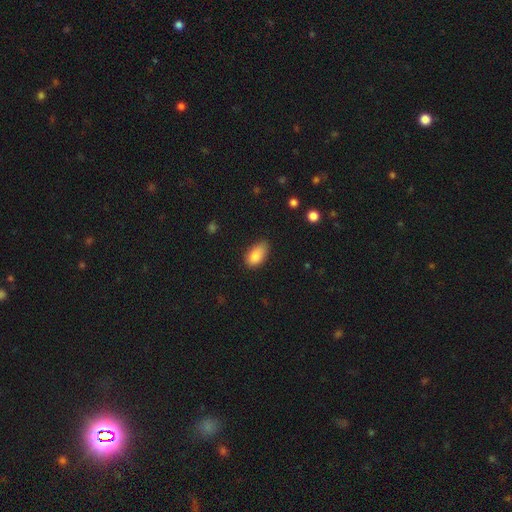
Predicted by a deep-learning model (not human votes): smooth_or_featured: smooth (p=0.87) [alt: star or artifact p=0.08]
how_rounded: in between (p=0.93) [alt: round p=0.05]
merging: none (p=0.65) [alt: minor disturbance p=0.28]